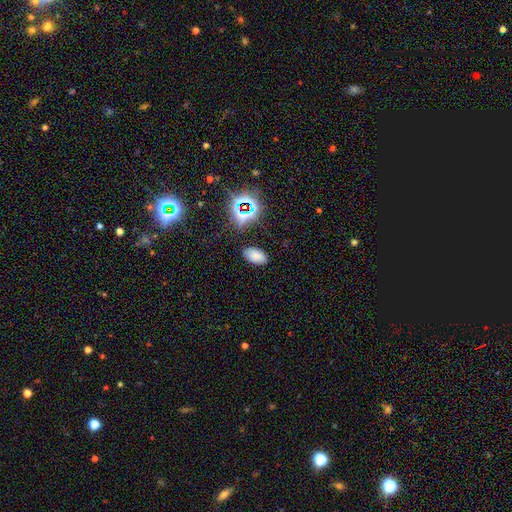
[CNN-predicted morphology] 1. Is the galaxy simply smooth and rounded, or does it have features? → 73% smooth, 20% star or artifact, 8% featured or disk.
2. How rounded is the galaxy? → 94% in between, 5% round, 2% cigar-shaped.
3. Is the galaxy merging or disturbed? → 84% none, 11% minor disturbance, 3% major disturbance, 2% merger.